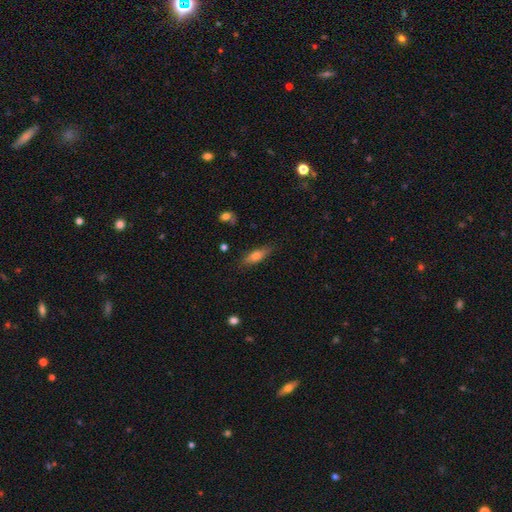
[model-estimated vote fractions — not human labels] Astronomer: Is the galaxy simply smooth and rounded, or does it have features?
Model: smooth — 70%.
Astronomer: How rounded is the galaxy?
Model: in between — 53% (runner-up: cigar-shaped, 44%).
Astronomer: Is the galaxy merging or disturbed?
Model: none — 81%.